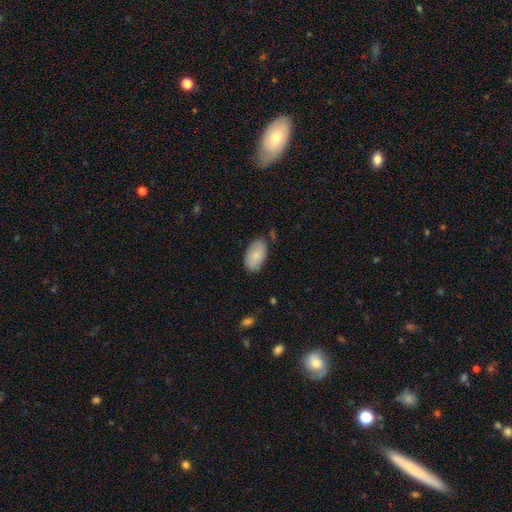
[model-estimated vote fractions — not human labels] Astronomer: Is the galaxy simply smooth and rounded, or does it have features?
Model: smooth — 84%.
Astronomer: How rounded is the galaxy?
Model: in between — 95%.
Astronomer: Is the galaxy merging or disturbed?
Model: none — 78%.